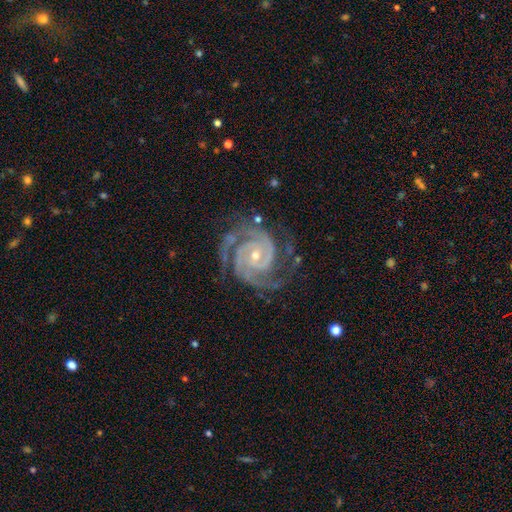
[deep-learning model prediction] smooth_or_featured: featured or disk (p=0.93) [alt: star or artifact p=0.05]
disk_edge_on: no (p=0.98) [alt: yes p=0.02]
bar: no (p=0.61) [alt: weak p=0.24]
has_spiral_arms: yes (p=0.99) [alt: no p=0.01]
spiral_winding: tight (p=0.78) [alt: medium p=0.20]
spiral_arm_count: 2 (p=0.52) [alt: 3 p=0.26]
bulge_size: small (p=0.70) [alt: moderate p=0.27]
merging: none (p=0.77) [alt: minor disturbance p=0.16]